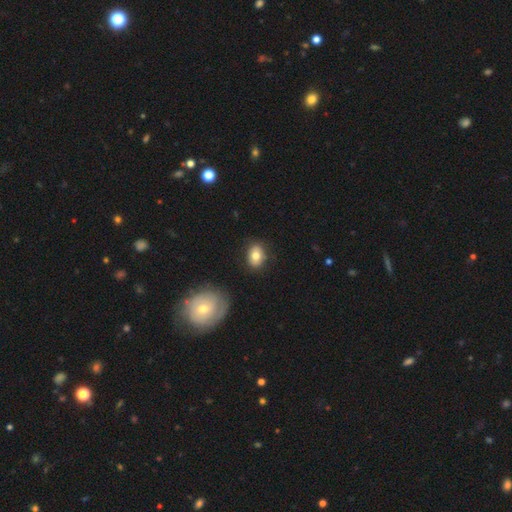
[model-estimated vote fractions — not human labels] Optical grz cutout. It shows a smooth galaxy with no disk features (78%) that is in between round and cigar-shaped (72%). Merging: none (84%).